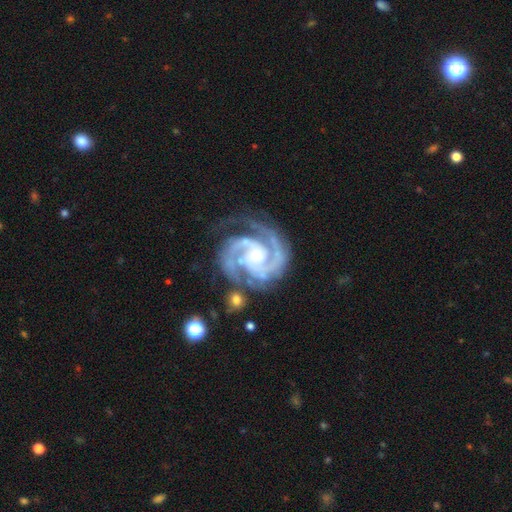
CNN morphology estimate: smooth_or_featured: featured or disk (p=0.94) [alt: star or artifact p=0.04]
disk_edge_on: no (p=0.98) [alt: yes p=0.02]
bar: no (p=0.57) [alt: weak p=0.30]
has_spiral_arms: yes (p=0.99) [alt: no p=0.01]
spiral_winding: tight (p=0.59) [alt: medium p=0.38]
spiral_arm_count: 2 (p=0.63) [alt: 3 p=0.25]
bulge_size: small (p=0.60) [alt: moderate p=0.33]
merging: none (p=0.69) [alt: minor disturbance p=0.19]